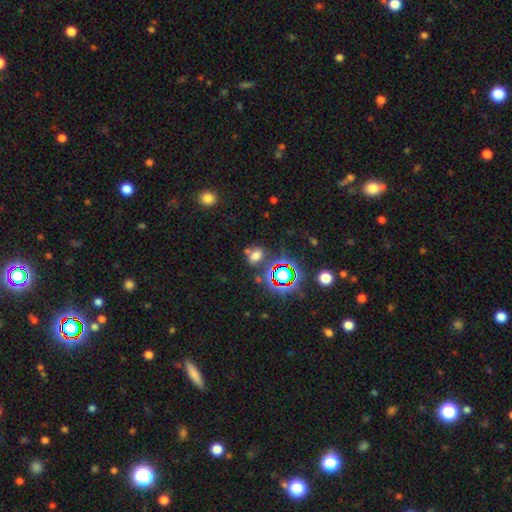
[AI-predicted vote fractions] Smooth or featured: smooth — 58% (star or artifact — 32%)
How rounded: in between — 61% (round — 37%)
Merging: none — 64% (merger — 15%)